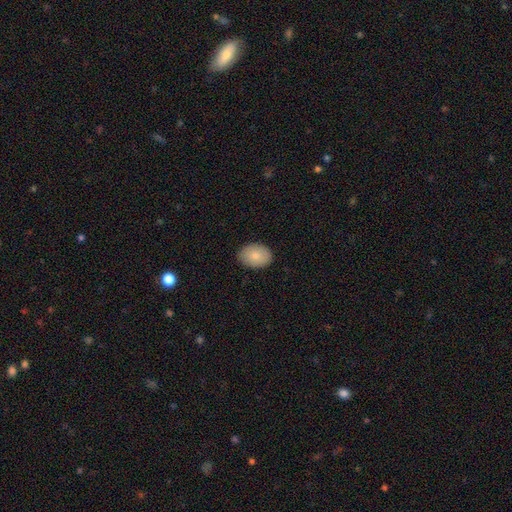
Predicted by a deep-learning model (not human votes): The model was most divided on "how rounded": in between: 77%, round: 22%, cigar-shaped: 1%. More confident: merging — none (87%); smooth or featured — smooth (84%).